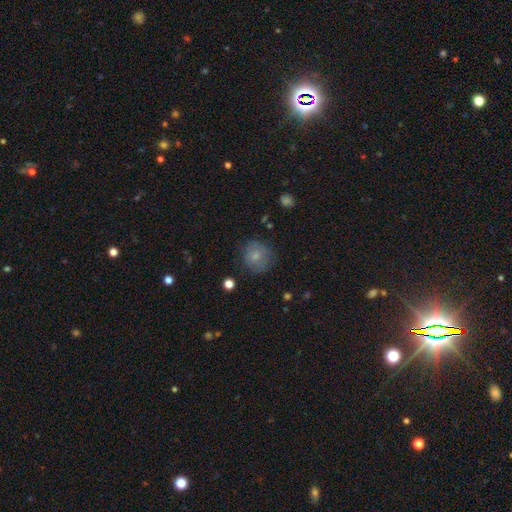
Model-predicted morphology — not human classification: smooth 74%, featured or disk 17%, star or artifact 9%. Down the decision tree: how rounded — round (88%); merging — none (75%).